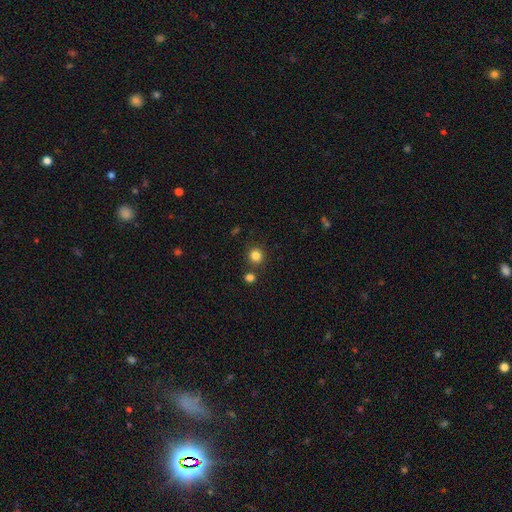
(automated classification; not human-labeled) A smooth galaxy with no disk features (83%) that is round (90%).

Vote fractions:
- Smooth or featured? smooth: 83% / star or artifact: 13% / featured or disk: 4%
- How rounded? round: 90% / in between: 9% / cigar-shaped: 1%
- Merging? none: 81% / merger: 9% / minor disturbance: 7% / major disturbance: 3%